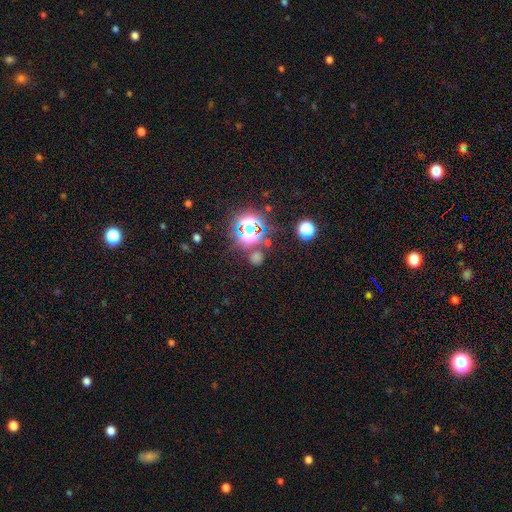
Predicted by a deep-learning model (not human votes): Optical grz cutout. It shows a star or artifact, not a galaxy (68%).